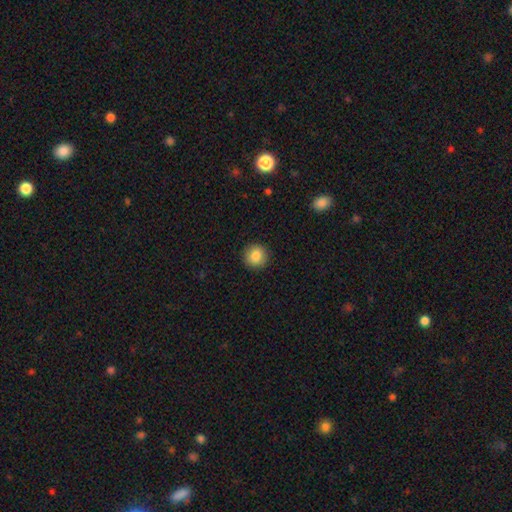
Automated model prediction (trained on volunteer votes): Q: Smooth or featured?
A: smooth (85%); runner-up: star or artifact (9%)
Q: How rounded?
A: round (93%); runner-up: in between (6%)
Q: Merging?
A: none (91%); runner-up: minor disturbance (6%)